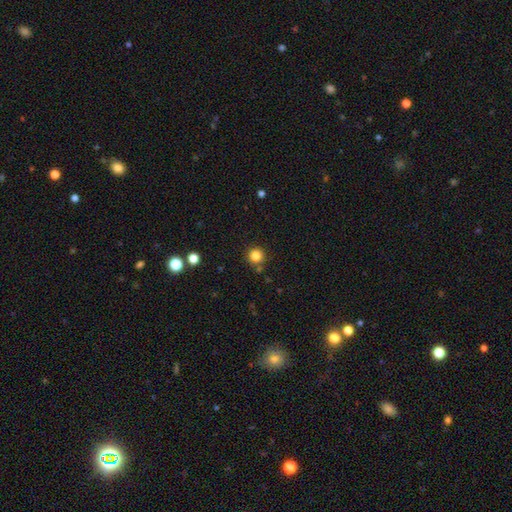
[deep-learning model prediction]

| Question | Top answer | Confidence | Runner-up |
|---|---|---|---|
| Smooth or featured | smooth | 83% | star or artifact (12%) |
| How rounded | round | 95% | in between (4%) |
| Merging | none | 85% | minor disturbance (8%) |